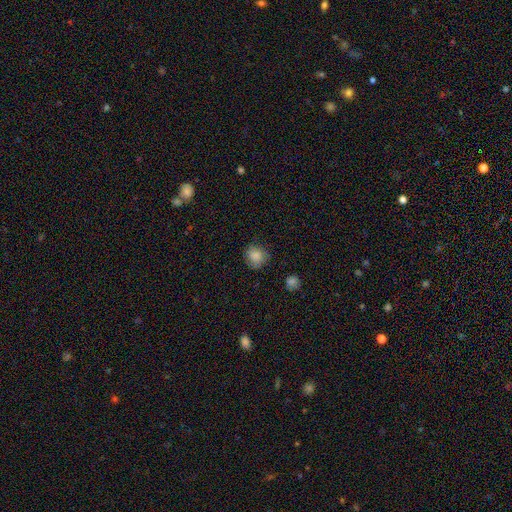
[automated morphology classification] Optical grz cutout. It shows a smooth galaxy with no disk features (84%) that is round (86%). Merging: none (77%).